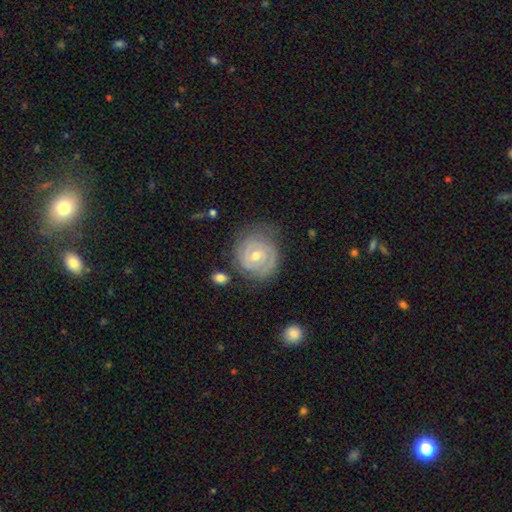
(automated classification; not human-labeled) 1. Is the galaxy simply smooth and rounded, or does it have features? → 80% featured or disk, 14% smooth, 6% star or artifact.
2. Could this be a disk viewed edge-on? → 97% no, 3% yes.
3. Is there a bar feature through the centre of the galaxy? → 49% no, 41% weak, 10% strong.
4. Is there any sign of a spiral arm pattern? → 91% yes, 9% no.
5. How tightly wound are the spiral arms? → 75% tight, 20% medium, 5% loose.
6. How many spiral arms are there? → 54% 2, 25% can't tell, 10% 3, 5% 1, 3% 4, 3% more than 4.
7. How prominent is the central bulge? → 58% moderate, 39% small, 2% large, 1% none, 1% dominant.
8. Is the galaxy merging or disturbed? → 72% none, 18% minor disturbance, 7% major disturbance, 2% merger.